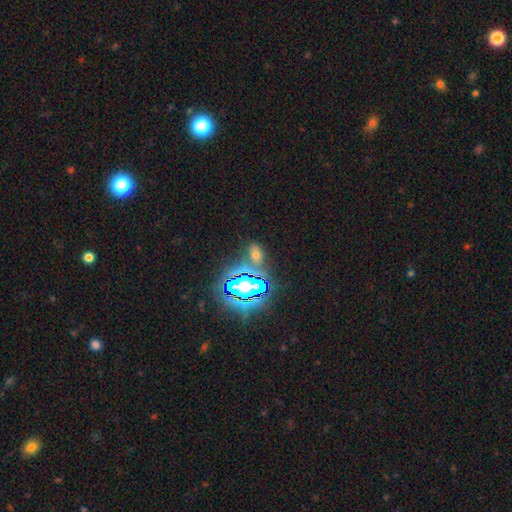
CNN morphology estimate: A star or artifact, not a galaxy (48%).